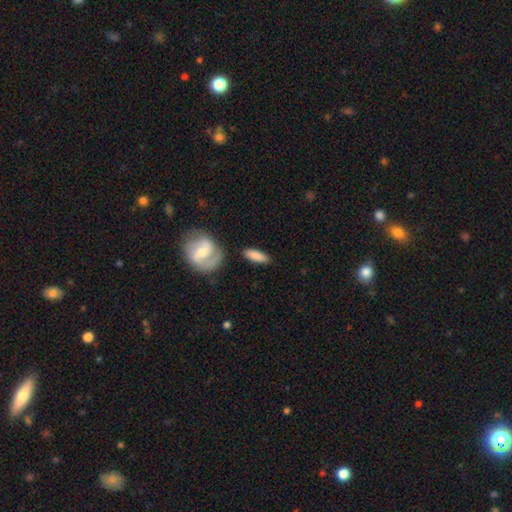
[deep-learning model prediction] The model was most divided on "how rounded": in between: 60%, cigar-shaped: 37%, round: 4%. More confident: merging — none (77%); smooth or featured — smooth (76%).